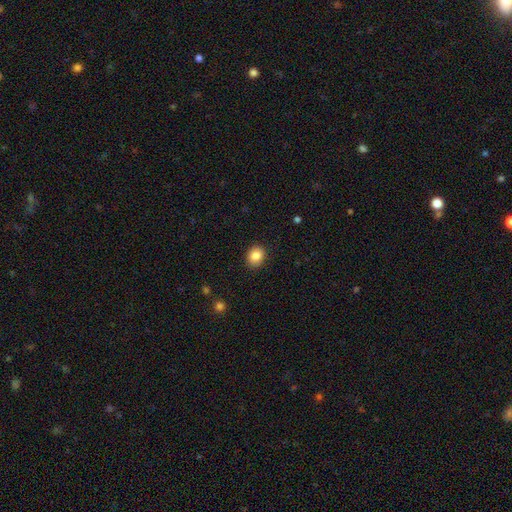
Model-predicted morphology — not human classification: type=smooth (86%); roundness=round (55%); merging=none (89%).